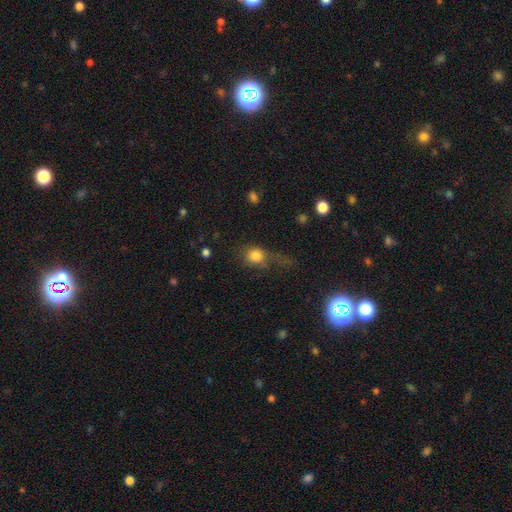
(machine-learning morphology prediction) Overall: smooth (79%). How rounded: round (76%). Merging: none (39%; major disturbance 32%).